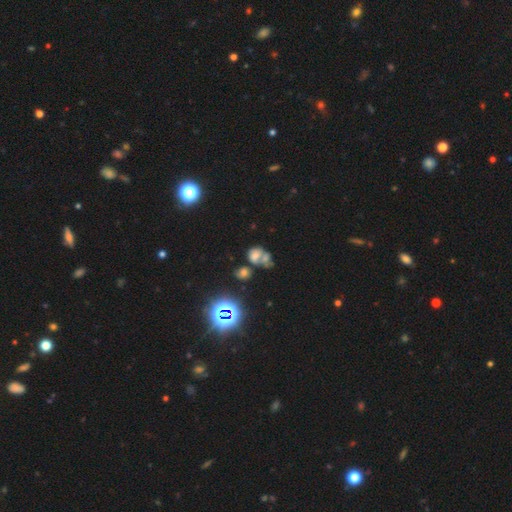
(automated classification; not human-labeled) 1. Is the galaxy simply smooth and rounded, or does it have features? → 45% smooth, 29% star or artifact, 26% featured or disk.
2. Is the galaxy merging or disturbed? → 60% merger, 23% none, 9% minor disturbance, 8% major disturbance.